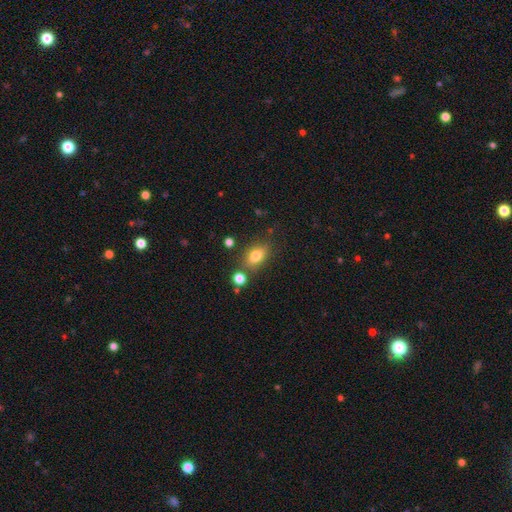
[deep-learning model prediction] Smooth or featured?
  - smooth: 76% *
  - featured or disk: 14%
  - star or artifact: 10%
How rounded?
  - in between: 80% *
  - round: 14%
  - cigar-shaped: 6%
Merging?
  - none: 74% *
  - minor disturbance: 14%
  - merger: 8%
  - major disturbance: 4%